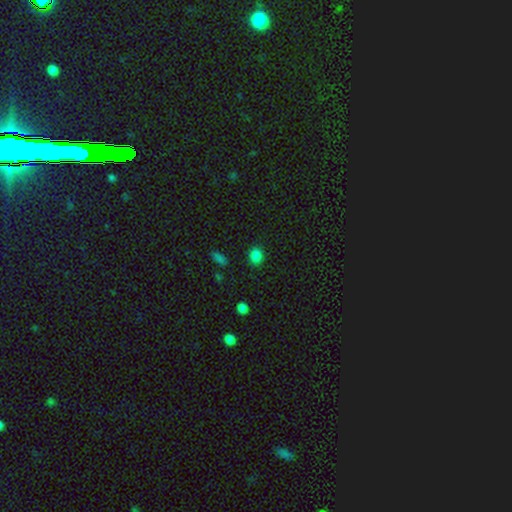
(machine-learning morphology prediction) Smooth or featured? smooth (83%)
How rounded? round (63%)
Merging? none (87%)